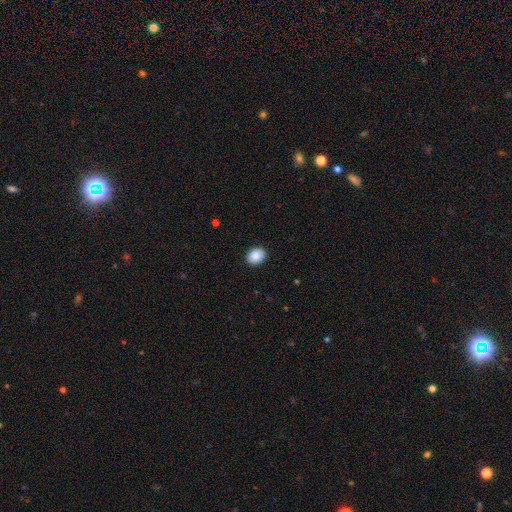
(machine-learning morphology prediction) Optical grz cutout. It shows a smooth galaxy with no disk features (89%) that is in between round and cigar-shaped (52%). Merging: none (90%).